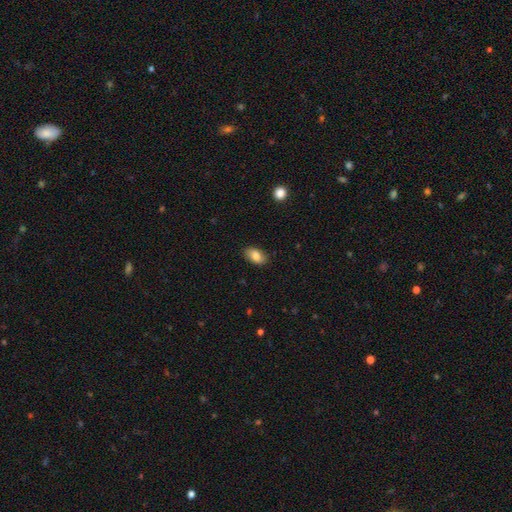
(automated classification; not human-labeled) smooth-or-featured: smooth: 83% | featured or disk: 10% | star or artifact: 7%
  how-rounded: in between: 92% | round: 7% | cigar-shaped: 2%
  merging: none: 86% | minor disturbance: 11% | major disturbance: 2% | merger: 1%